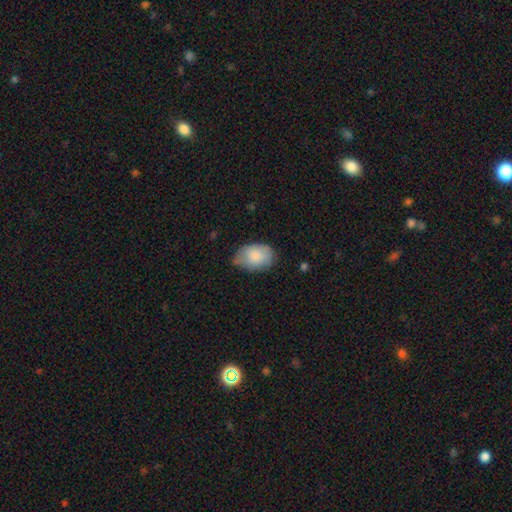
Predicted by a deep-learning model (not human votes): Morphology: type=smooth (83%); roundness=in between (87%); merging=none (56%).